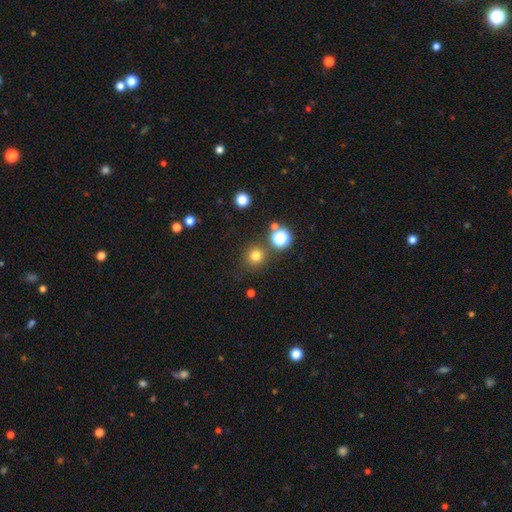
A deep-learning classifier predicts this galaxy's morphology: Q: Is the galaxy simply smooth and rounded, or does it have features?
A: smooth — 76%.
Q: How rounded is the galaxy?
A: round — 94%.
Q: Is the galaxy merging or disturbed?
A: none — 84%.